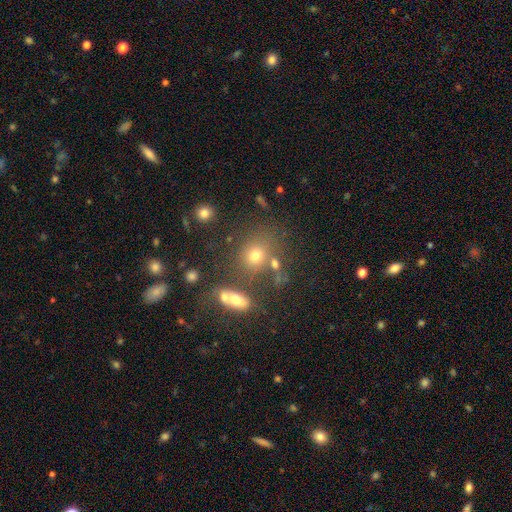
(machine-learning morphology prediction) type=smooth (67%); roundness=round (67%); merging=none (62%).